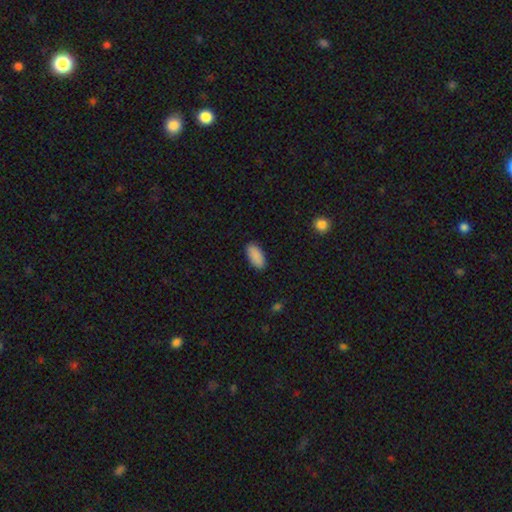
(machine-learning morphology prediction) The model was most divided on "merging": none: 88%, minor disturbance: 9%, major disturbance: 2%, merger: 1%. More confident: how rounded — in between (92%); smooth or featured — smooth (90%).